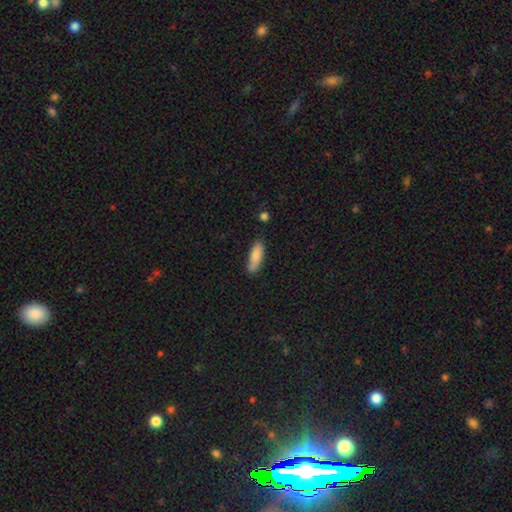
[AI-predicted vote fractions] Overall: smooth (85%). How rounded: in between (52%; cigar-shaped 46%). Merging: none (75%).